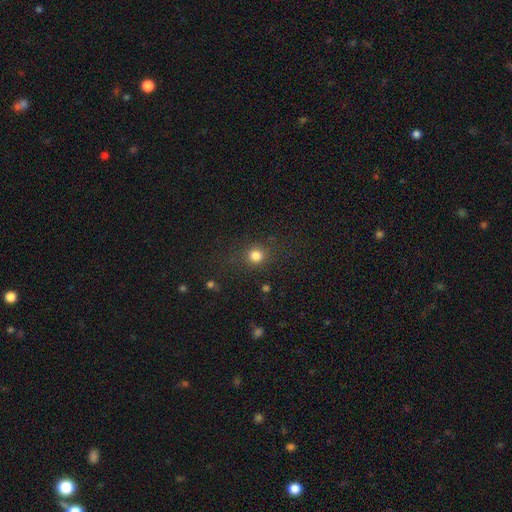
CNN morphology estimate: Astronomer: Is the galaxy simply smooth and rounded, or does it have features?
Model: smooth — 81%.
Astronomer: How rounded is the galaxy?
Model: round — 87%.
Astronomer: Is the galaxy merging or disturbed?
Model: none — 83%.